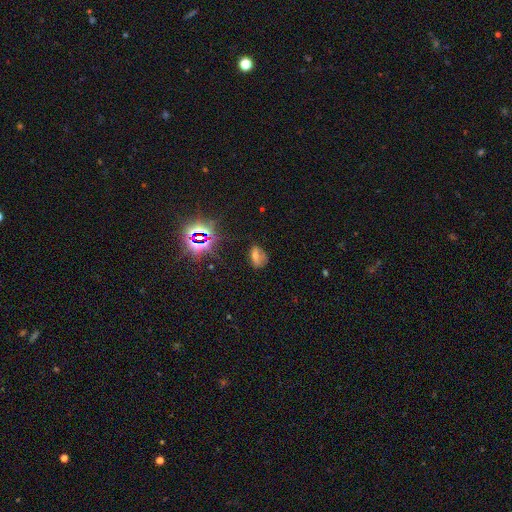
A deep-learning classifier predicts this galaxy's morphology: Smooth or featured? Predicted: star or artifact (p=0.48).